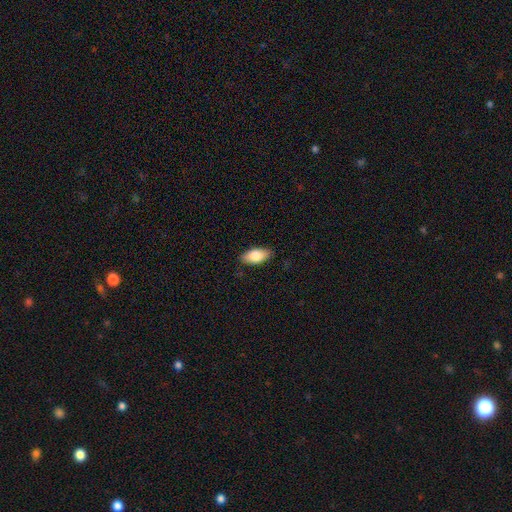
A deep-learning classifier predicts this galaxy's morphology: A smooth galaxy with no disk features (80%) that is in between round and cigar-shaped (91%). Merging: none (86%).